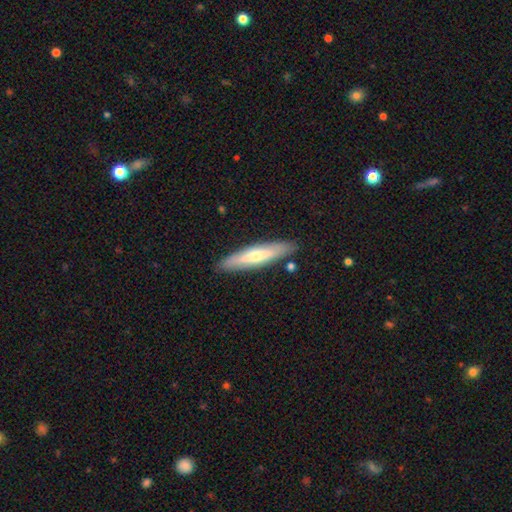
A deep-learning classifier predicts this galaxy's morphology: type=smooth (54%); roundness=cigar-shaped (83%); merging=none (87%).